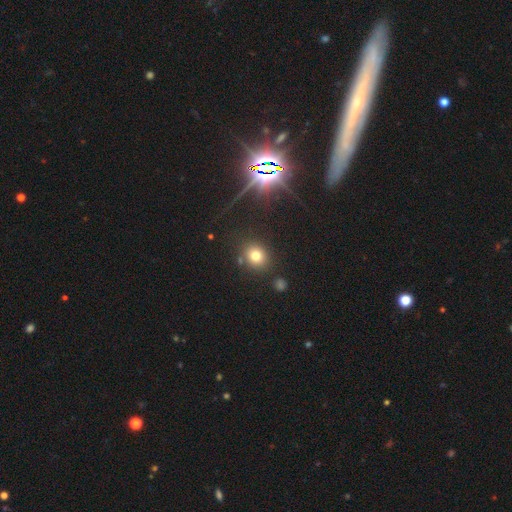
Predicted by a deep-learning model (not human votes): Morphology: type=smooth (75%); roundness=round (77%); merging=none (83%).